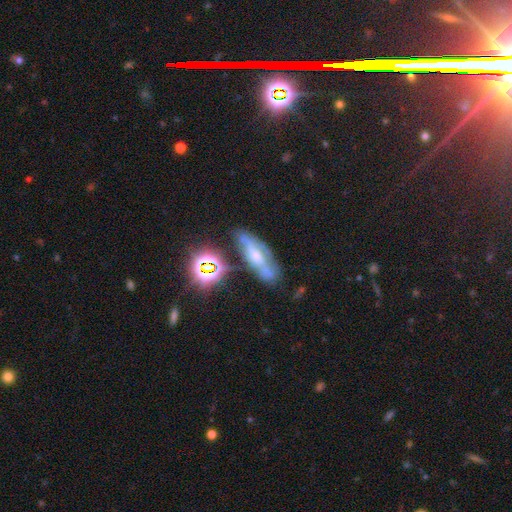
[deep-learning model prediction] The model was most divided on "smooth or featured": featured or disk: 49%, star or artifact: 26%, smooth: 25%. More confident: merging — none (56%).